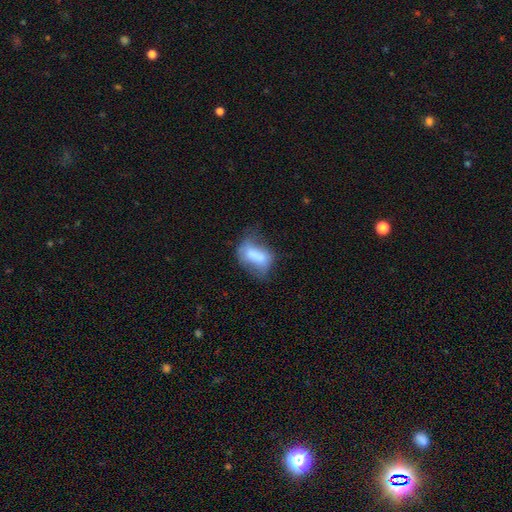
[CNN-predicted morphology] Smooth or featured? Predicted: smooth (p=0.64). How rounded? Predicted: in between (p=0.85). Merging? Predicted: none (p=0.31).